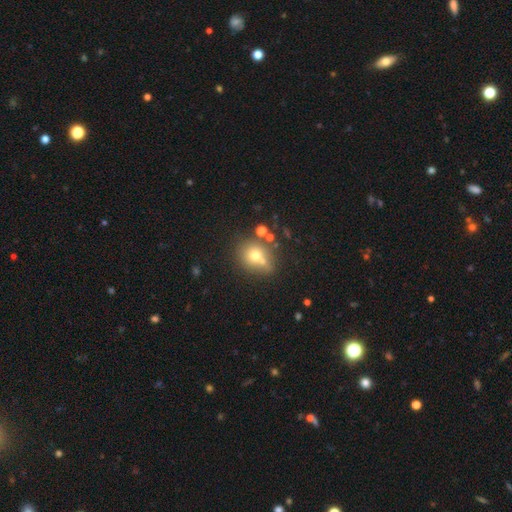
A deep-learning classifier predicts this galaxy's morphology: Overall: smooth (66%). How rounded: round (77%). Merging: none (55%; merger 27%).